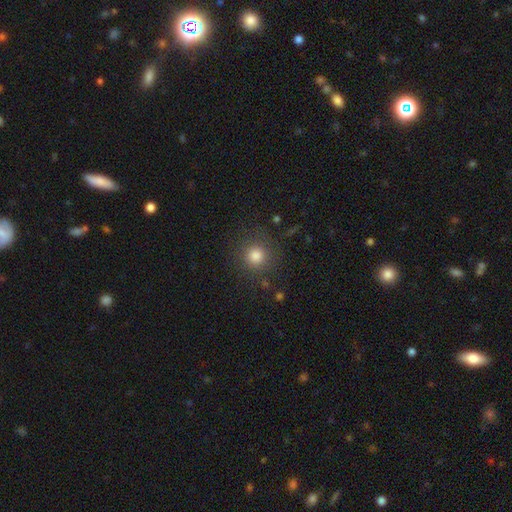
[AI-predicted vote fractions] A smooth galaxy with no disk features (82%) that is round (93%). Merging: none (84%).